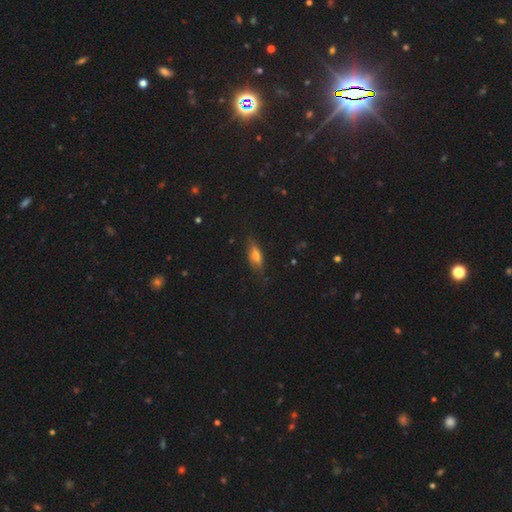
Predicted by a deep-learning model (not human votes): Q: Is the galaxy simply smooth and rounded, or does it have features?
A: smooth — 59%.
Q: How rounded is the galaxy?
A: in between — 64%.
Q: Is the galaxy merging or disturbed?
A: none — 77%.